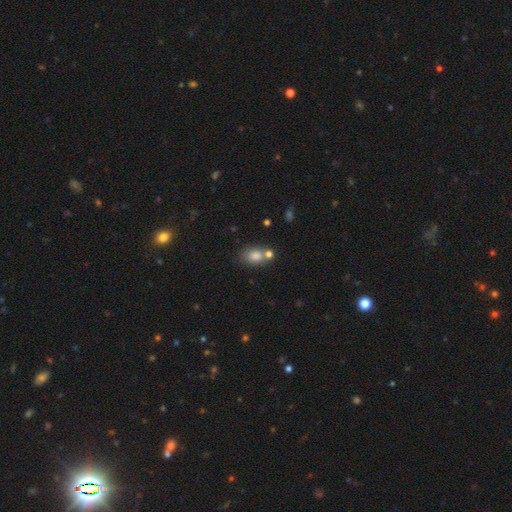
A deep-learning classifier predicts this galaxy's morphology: smooth_or_featured: smooth (p=0.80) [alt: star or artifact p=0.11]
how_rounded: in between (p=0.72) [alt: round p=0.26]
merging: none (p=0.59) [alt: merger p=0.22]